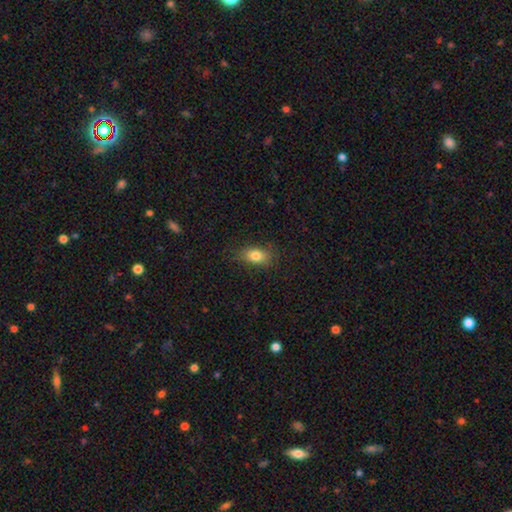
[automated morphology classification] The model was most divided on "how rounded": in between: 81%, round: 15%, cigar-shaped: 3%. More confident: smooth or featured — smooth (81%); merging — none (81%).